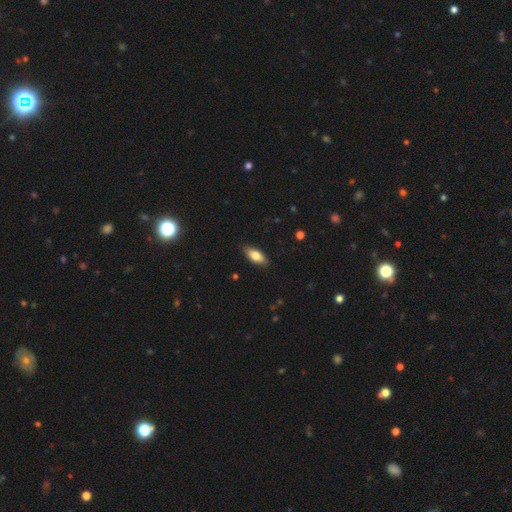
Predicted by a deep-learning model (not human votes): A smooth galaxy with no disk features (75%) that is in between round and cigar-shaped (80%). Merging: none (86%).